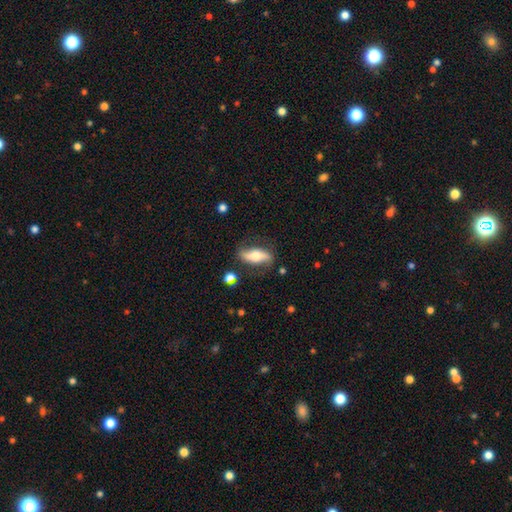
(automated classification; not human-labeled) smooth_or_featured: featured or disk (p=0.52) [alt: smooth p=0.42]
disk_edge_on: no (p=0.70) [alt: yes p=0.30]
merging: none (p=0.76) [alt: minor disturbance p=0.16]